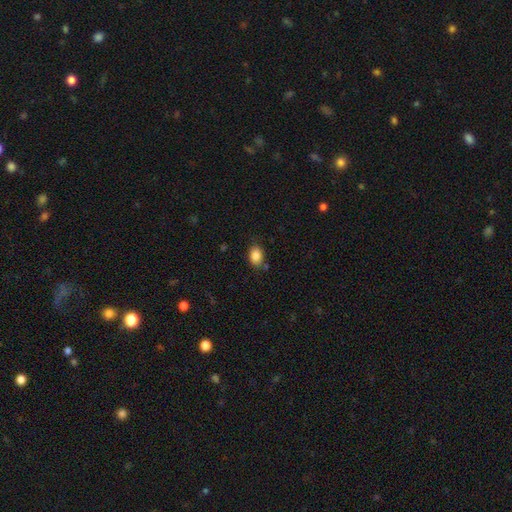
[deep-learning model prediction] Morphology: type=smooth (86%); roundness=in between (77%); merging=none (80%).